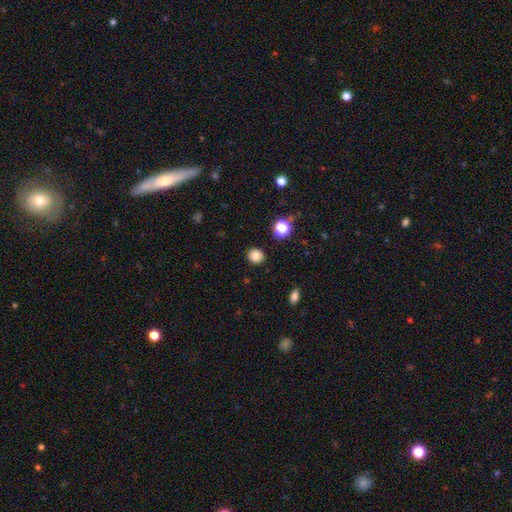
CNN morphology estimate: smooth 83%, star or artifact 12%, featured or disk 5%. Down the decision tree: how rounded — round (83%); merging — none (90%).